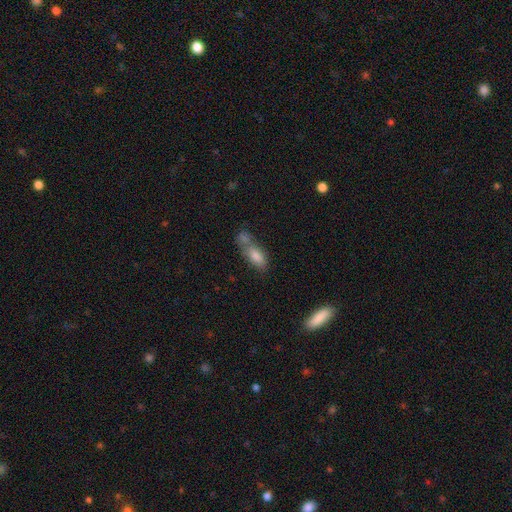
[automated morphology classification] Overall: smooth (78%). How rounded: in between (76%). Merging: merger (45%; none 35%).